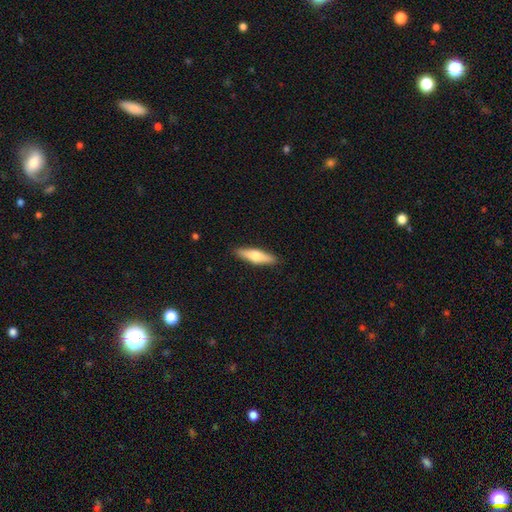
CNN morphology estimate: Smooth or featured?
  - smooth: 60% *
  - featured or disk: 35%
  - star or artifact: 5%
How rounded?
  - cigar-shaped: 68% *
  - in between: 30%
  - round: 2%
Merging?
  - none: 90% *
  - minor disturbance: 8%
  - major disturbance: 2%
  - merger: 1%